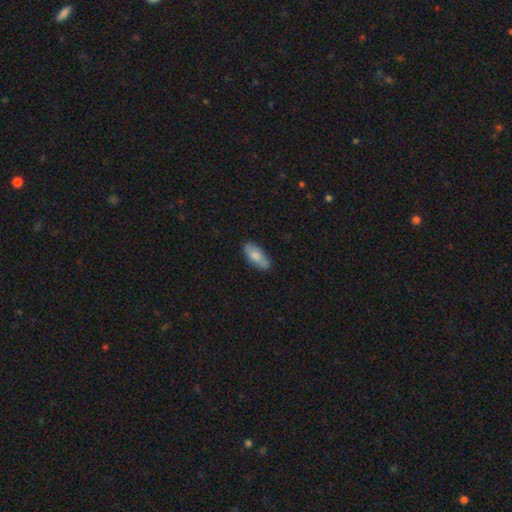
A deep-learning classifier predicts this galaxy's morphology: Smooth or featured? smooth (77%)
How rounded? in between (82%)
Merging? none (74%)